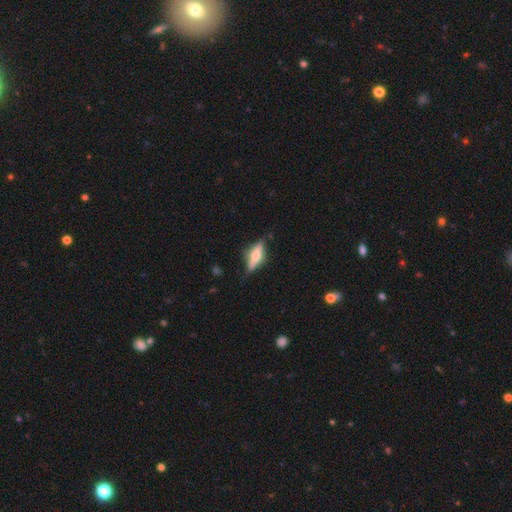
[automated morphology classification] This is possibly a featured or disk galaxy (59%). It is clearly viewed edge-on (91%). Edge-on bulge: clearly rounded (85%). Merging: likely none (76%).